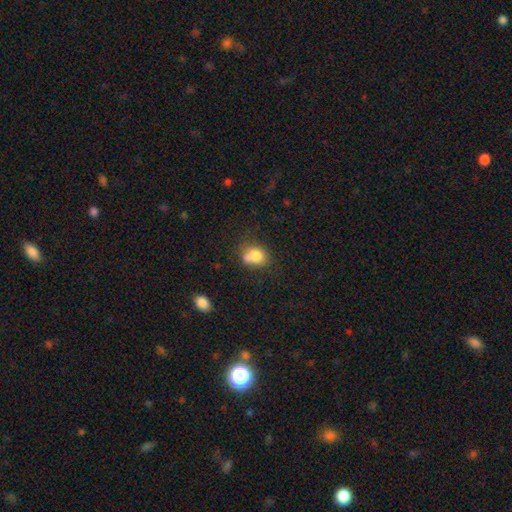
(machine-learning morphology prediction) smooth_or_featured: smooth (p=0.76) [alt: featured or disk p=0.14]
how_rounded: round (p=0.64) [alt: in between p=0.35]
merging: none (p=0.41) [alt: merger p=0.40]